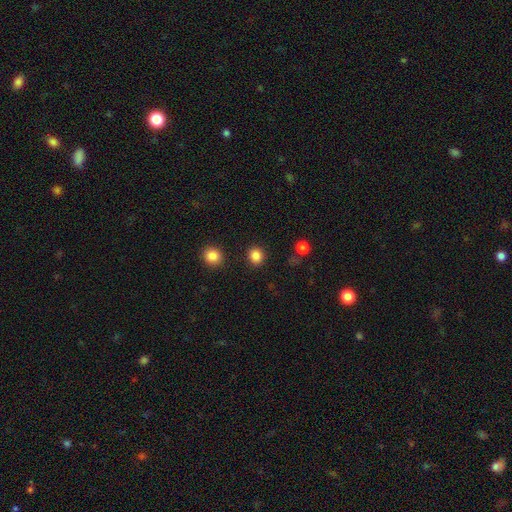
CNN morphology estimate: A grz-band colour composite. It shows a smooth galaxy with no disk features (86%) that is round (81%). Merging: none (89%).